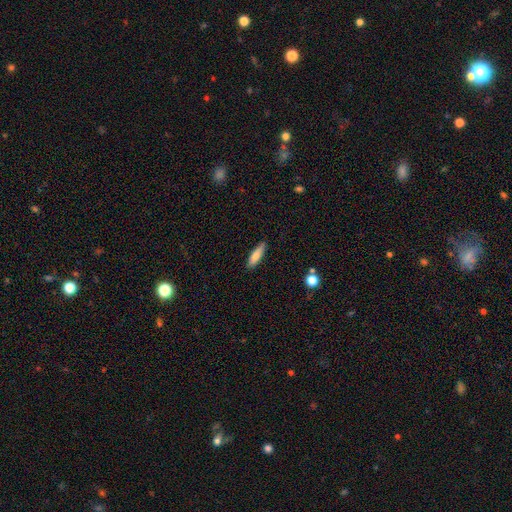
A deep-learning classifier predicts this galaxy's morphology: Smooth or featured: smooth — 79% (featured or disk — 14%)
How rounded: cigar-shaped — 62% (in between — 36%)
Merging: none — 85% (minor disturbance — 12%)